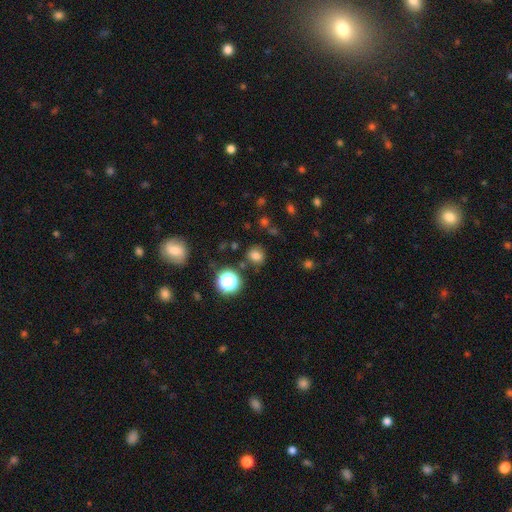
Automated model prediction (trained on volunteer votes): This is likely a smooth galaxy (75%). How rounded: likely round (78%). Merging: clearly none (82%).